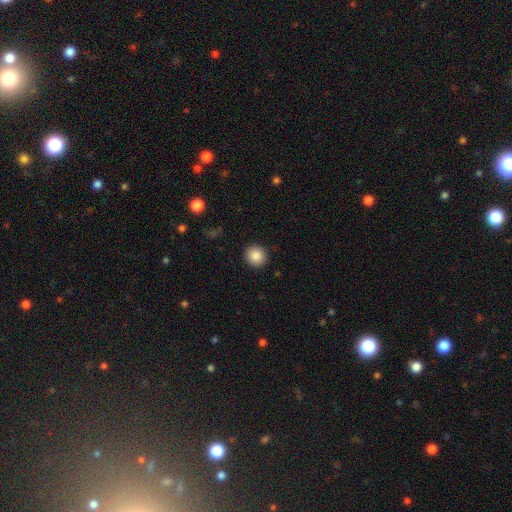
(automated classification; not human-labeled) Smooth or featured: smooth — 87% (star or artifact — 8%)
How rounded: round — 89% (in between — 10%)
Merging: none — 91% (minor disturbance — 6%)